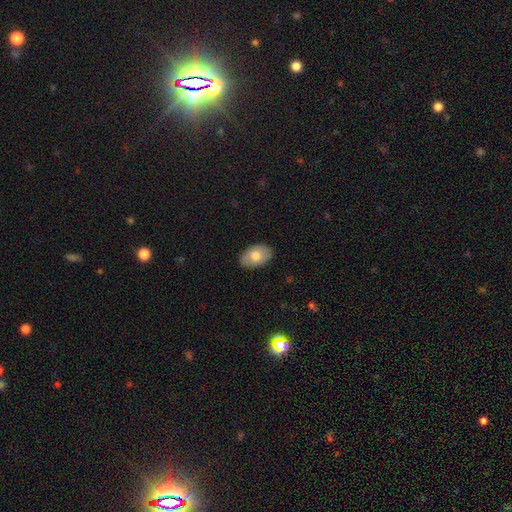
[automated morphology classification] The model was most divided on "smooth or featured": smooth: 72%, featured or disk: 22%, star or artifact: 6%. More confident: how rounded — in between (89%); merging — none (84%).